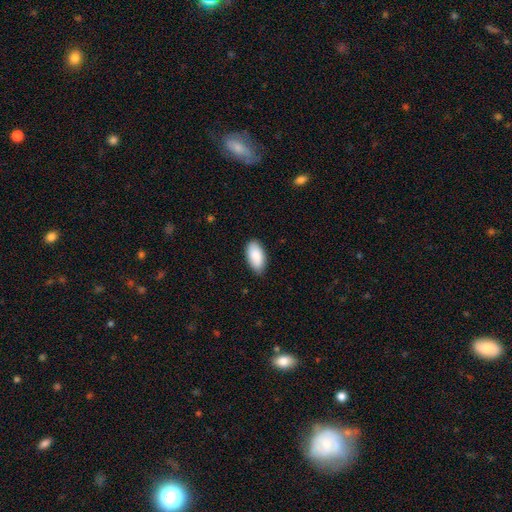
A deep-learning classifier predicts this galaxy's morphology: Overall: smooth (87%). How rounded: in between (95%). Merging: none (84%).